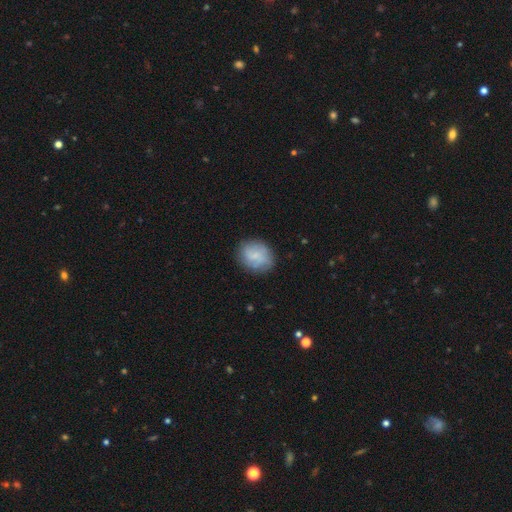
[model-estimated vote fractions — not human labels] smooth-or-featured: smooth: 61% | featured or disk: 31% | star or artifact: 8%
  how-rounded: round: 57% | in between: 42% | cigar-shaped: 1%
  merging: none: 76% | minor disturbance: 17% | major disturbance: 5% | merger: 1%